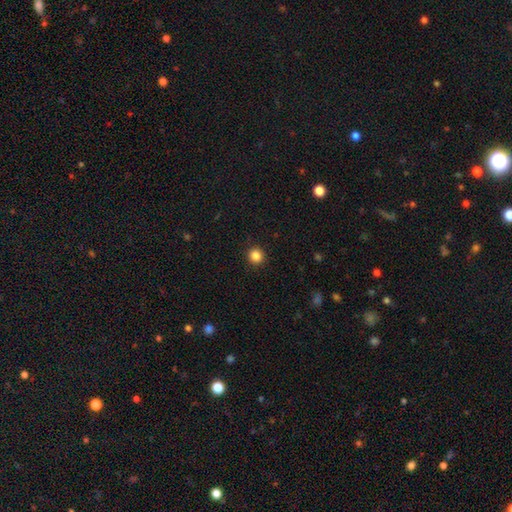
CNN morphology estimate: Smooth or featured? smooth (85%)
How rounded? round (94%)
Merging? none (93%)